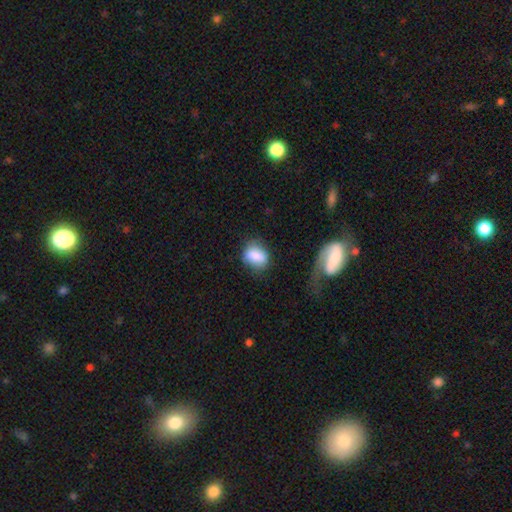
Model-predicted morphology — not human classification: A smooth galaxy with no disk features (81%) that is in between round and cigar-shaped (64%).

Vote fractions:
- Smooth or featured? smooth: 81% / featured or disk: 11% / star or artifact: 8%
- How rounded? in between: 64% / round: 33% / cigar-shaped: 2%
- Merging? none: 60% / minor disturbance: 25% / major disturbance: 9% / merger: 5%